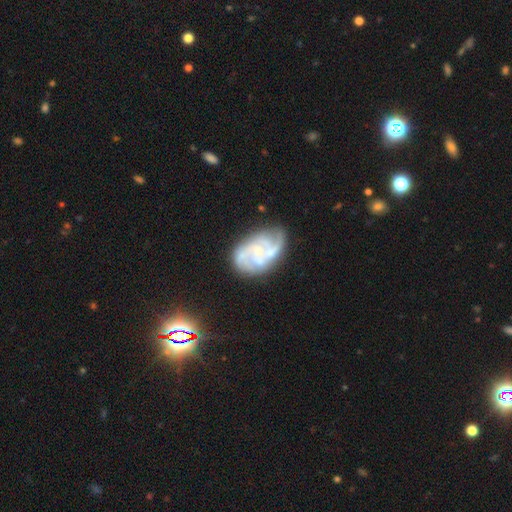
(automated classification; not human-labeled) Smooth or featured: featured or disk — 76% (smooth — 14%)
Edge-on disk: no — 98% (yes — 2%)
Bar: no — 70% (weak — 25%)
Spiral arms: yes — 83% (no — 17%)
Spiral winding: medium — 42% (tight — 36%)
Spiral arm count: can't tell — 29% (3 — 26%)
Bulge size: small — 56% (none — 23%)
Merging: none — 56% (minor disturbance — 23%)